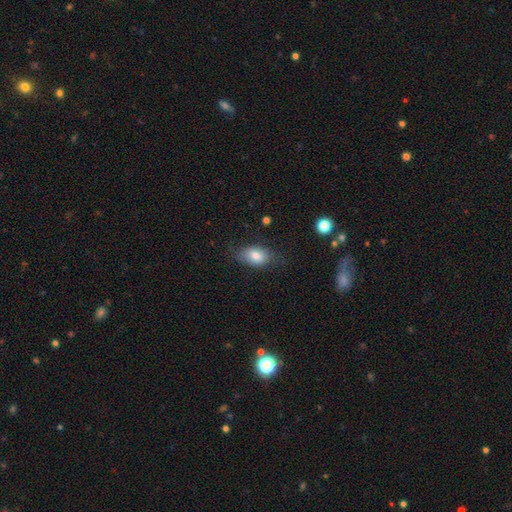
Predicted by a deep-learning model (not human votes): Smooth or featured? Predicted: smooth (p=0.79). How rounded? Predicted: in between (p=0.85). Merging? Predicted: none (p=0.68).